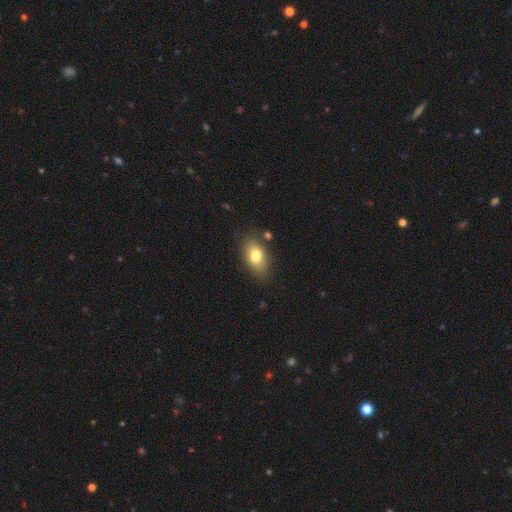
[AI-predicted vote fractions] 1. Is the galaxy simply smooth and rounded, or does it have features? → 78% smooth, 14% featured or disk, 8% star or artifact.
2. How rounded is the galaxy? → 88% in between, 9% round, 3% cigar-shaped.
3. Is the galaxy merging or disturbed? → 80% none, 13% minor disturbance, 4% merger, 3% major disturbance.